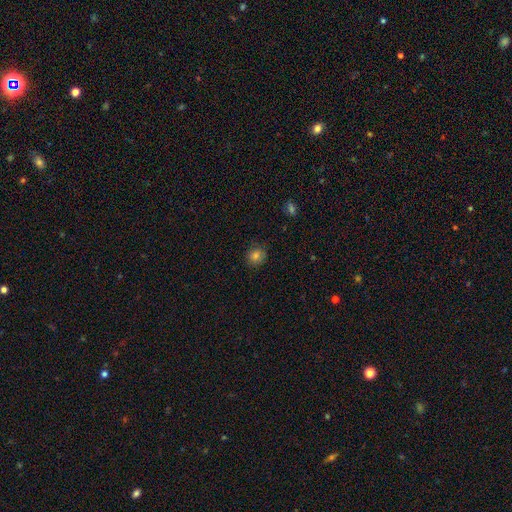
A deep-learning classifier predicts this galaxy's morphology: Overall: smooth (79%). How rounded: round (79%). Merging: none (83%).